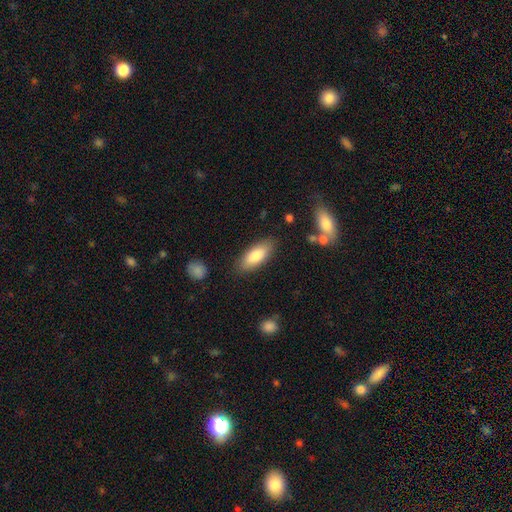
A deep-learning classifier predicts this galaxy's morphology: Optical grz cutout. It shows a smooth galaxy with no disk features (82%) that is in between round and cigar-shaped (74%). Merging: none (84%).